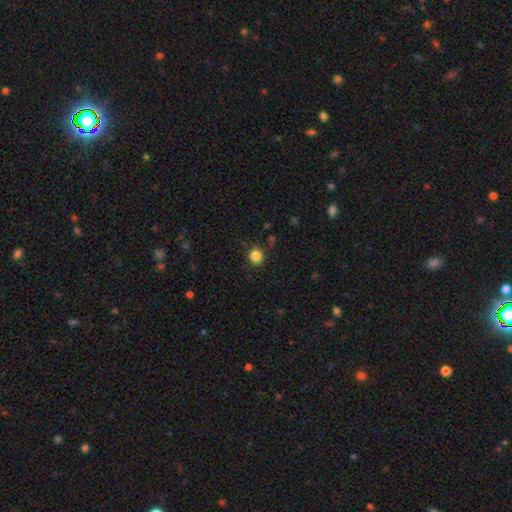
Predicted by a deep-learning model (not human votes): Morphology: type=smooth (84%); roundness=round (89%); merging=none (87%).